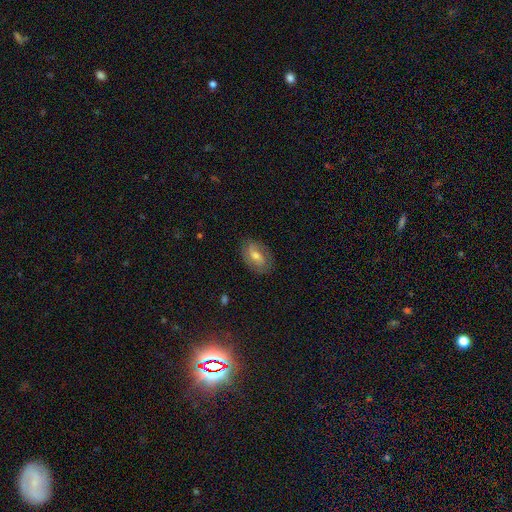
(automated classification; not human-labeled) Morphology: type=featured or disk (48%); merging=none (80%).